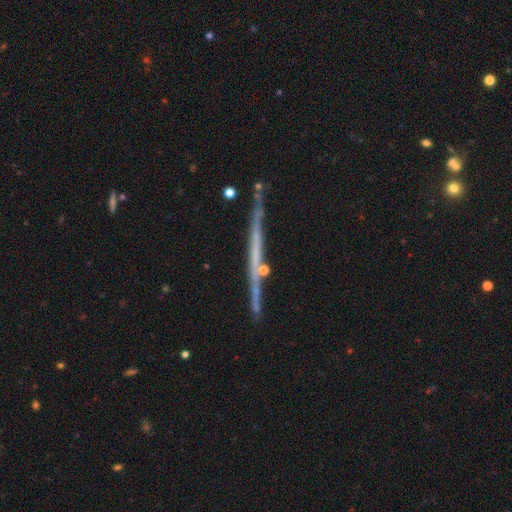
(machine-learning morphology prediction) Smooth or featured? Predicted: featured or disk (p=0.72). Edge-on disk? Predicted: yes (p=0.97). Edge-on bulge? Predicted: none (p=0.73). Merging? Predicted: none (p=0.84).